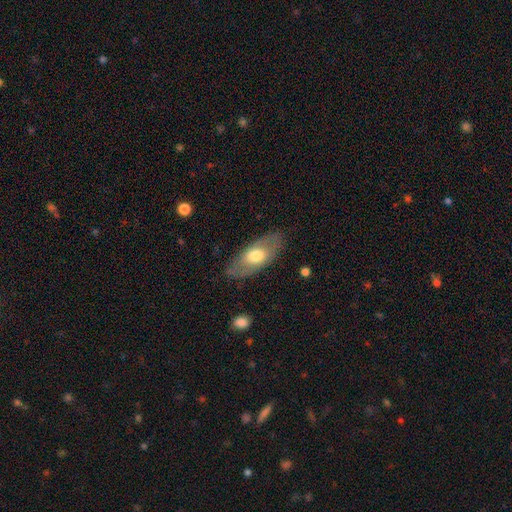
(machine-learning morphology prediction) smooth_or_featured: smooth (p=0.55) [alt: featured or disk p=0.40]
how_rounded: in between (p=0.86) [alt: cigar-shaped p=0.10]
merging: none (p=0.80) [alt: minor disturbance p=0.14]